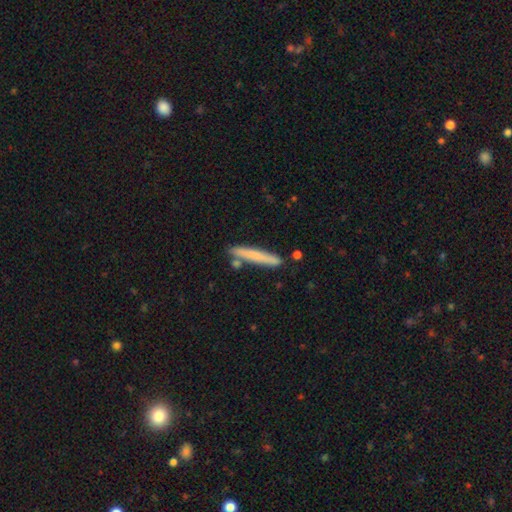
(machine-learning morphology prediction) Smooth or featured?
  - smooth: 66% *
  - featured or disk: 28%
  - star or artifact: 6%
How rounded?
  - cigar-shaped: 95% *
  - in between: 3%
  - round: 1%
Merging?
  - none: 82% *
  - minor disturbance: 11%
  - merger: 5%
  - major disturbance: 2%